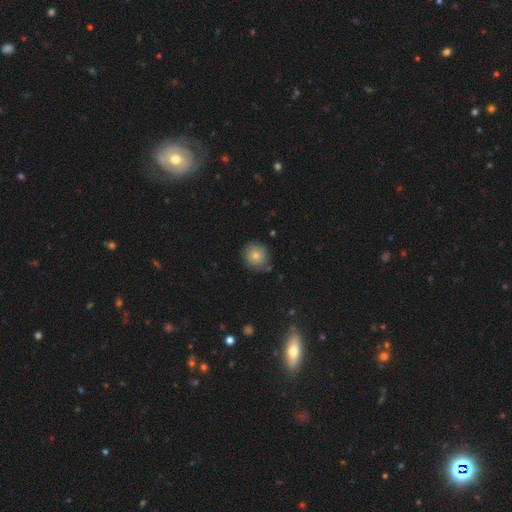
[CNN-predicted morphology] A smooth galaxy with no disk features (79%) that is round (86%).

Vote fractions:
- Smooth or featured? smooth: 79% / featured or disk: 12% / star or artifact: 9%
- How rounded? round: 86% / in between: 13% / cigar-shaped: 1%
- Merging? none: 80% / minor disturbance: 15% / major disturbance: 3% / merger: 3%